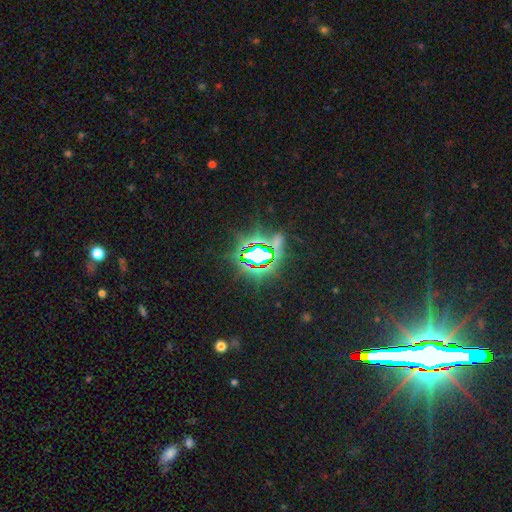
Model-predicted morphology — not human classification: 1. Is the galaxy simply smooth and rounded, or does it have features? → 81% star or artifact, 11% smooth, 9% featured or disk.